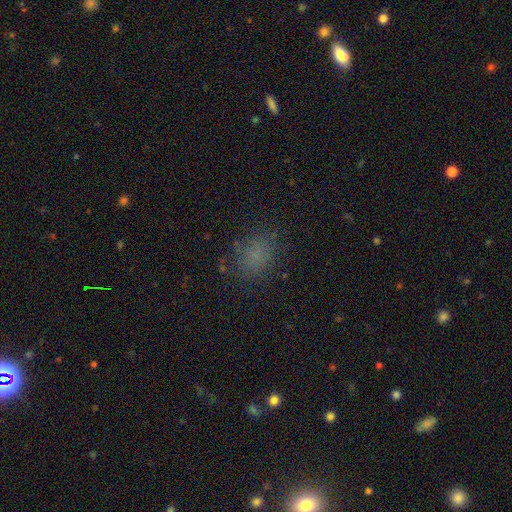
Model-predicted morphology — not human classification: smooth-or-featured: smooth: 74% | star or artifact: 18% | featured or disk: 8%
  how-rounded: in between: 53% | round: 45% | cigar-shaped: 1%
  merging: none: 77% | minor disturbance: 14% | major disturbance: 7% | merger: 1%